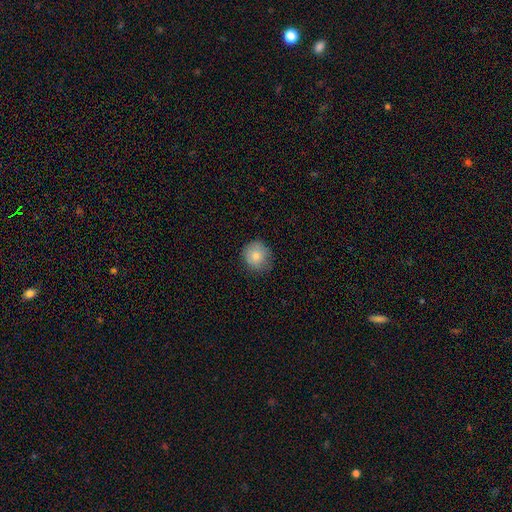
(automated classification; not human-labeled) Smooth or featured? Predicted: smooth (p=0.83). How rounded? Predicted: round (p=0.89). Merging? Predicted: none (p=0.78).